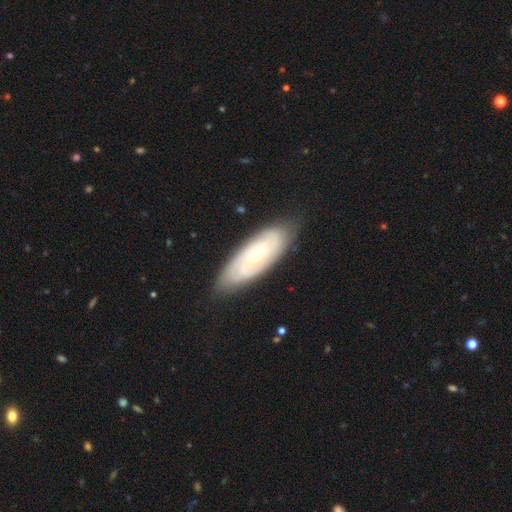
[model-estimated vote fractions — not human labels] Smooth or featured? featured or disk (69%)
Edge-on disk? no (85%)
Bar? no (81%)
Spiral arms? yes (74%)
Bulge size? moderate (70%)
Merging? none (80%)